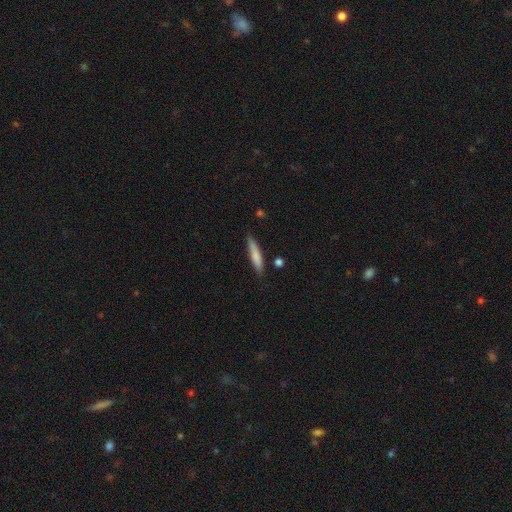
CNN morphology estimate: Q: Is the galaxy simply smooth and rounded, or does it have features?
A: smooth — 75%.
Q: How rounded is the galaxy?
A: cigar-shaped — 88%.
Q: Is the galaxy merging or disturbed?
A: none — 83%.